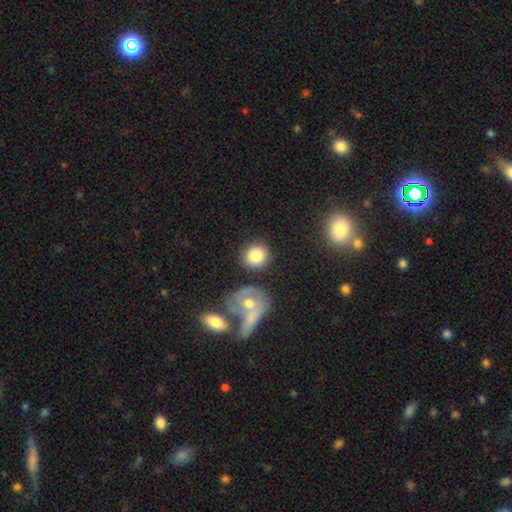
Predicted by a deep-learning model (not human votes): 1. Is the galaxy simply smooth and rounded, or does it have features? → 82% smooth, 10% featured or disk, 8% star or artifact.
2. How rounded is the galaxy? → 85% round, 14% in between, 1% cigar-shaped.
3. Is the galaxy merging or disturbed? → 74% none, 11% minor disturbance, 10% merger, 5% major disturbance.